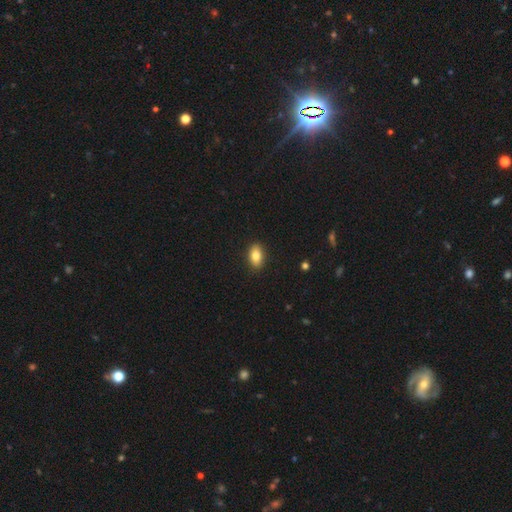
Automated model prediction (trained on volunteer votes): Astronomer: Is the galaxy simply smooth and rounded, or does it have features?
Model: smooth — 85%.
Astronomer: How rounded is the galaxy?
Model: in between — 89%.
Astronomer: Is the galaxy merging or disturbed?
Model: none — 89%.